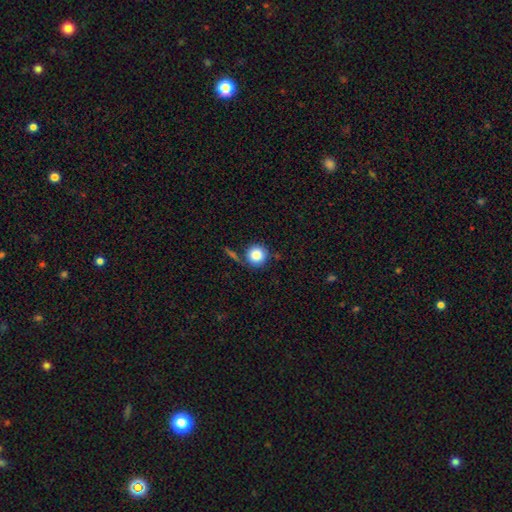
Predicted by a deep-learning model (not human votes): This appears to be a smooth galaxy with no disk features (85%) that is round (94%). Merging: none (74%).